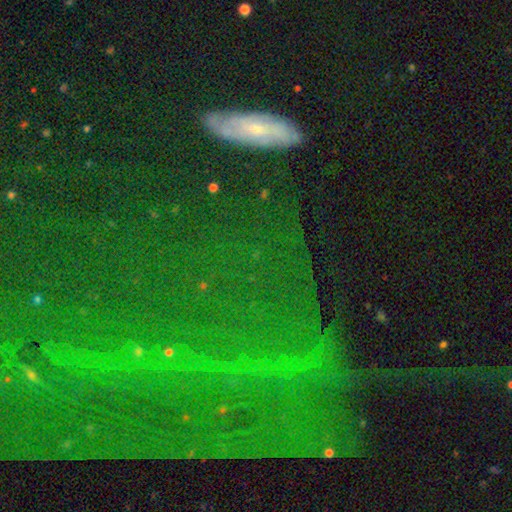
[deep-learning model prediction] smooth_or_featured: star or artifact (p=0.51) [alt: smooth p=0.26]